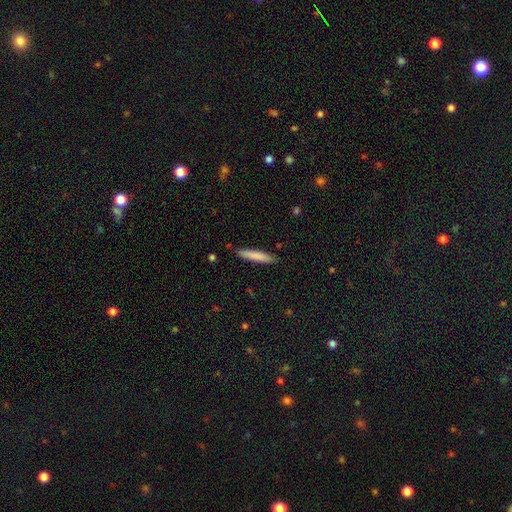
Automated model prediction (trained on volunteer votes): Overall: smooth (82%). How rounded: cigar-shaped (91%). Merging: none (88%).